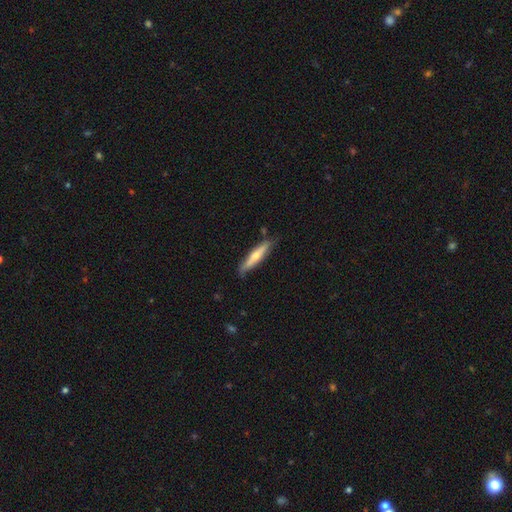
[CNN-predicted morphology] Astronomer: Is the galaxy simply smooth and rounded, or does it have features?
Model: smooth — 50% (runner-up: featured or disk, 45%).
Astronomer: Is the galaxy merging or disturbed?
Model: none — 81%.